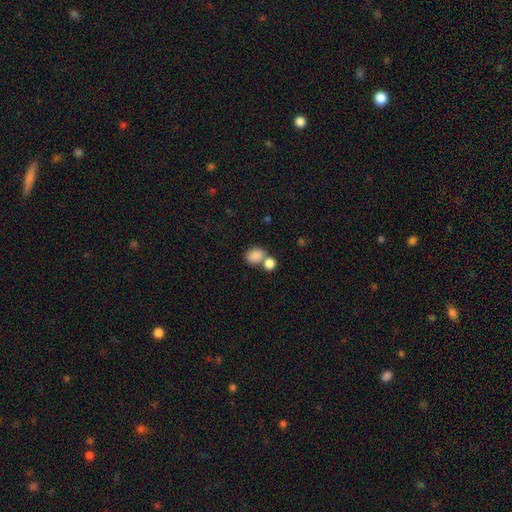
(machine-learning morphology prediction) A smooth galaxy with no disk features (85%) that is in between round and cigar-shaped (55%). Merging: none (45%).